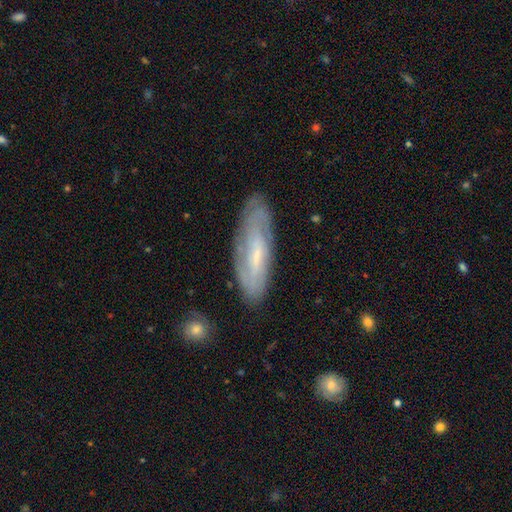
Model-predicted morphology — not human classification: Smooth or featured?
  - featured or disk: 62% *
  - smooth: 31%
  - star or artifact: 7%
Edge-on disk?
  - no: 74% *
  - yes: 26%
Merging?
  - none: 78% *
  - minor disturbance: 16%
  - major disturbance: 4%
  - merger: 2%